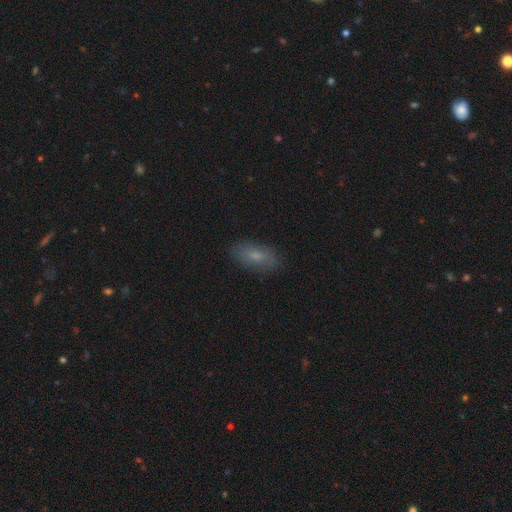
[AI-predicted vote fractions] Smooth or featured: smooth — 72% (featured or disk — 18%)
How rounded: in between — 82% (cigar-shaped — 14%)
Merging: none — 83% (minor disturbance — 13%)